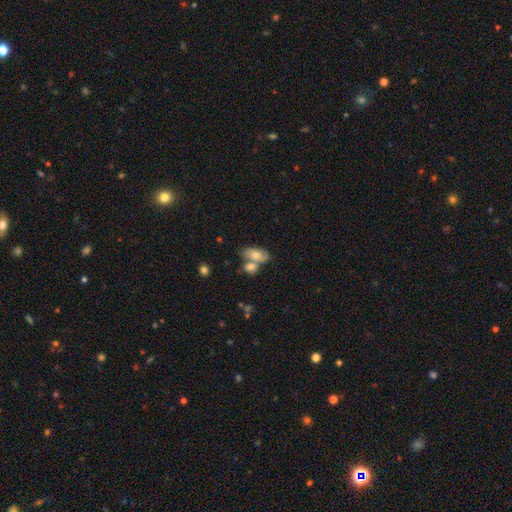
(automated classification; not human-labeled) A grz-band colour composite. It shows a smooth galaxy with no disk features (73%) that is in between round and cigar-shaped (87%). Merging: merger (47%).